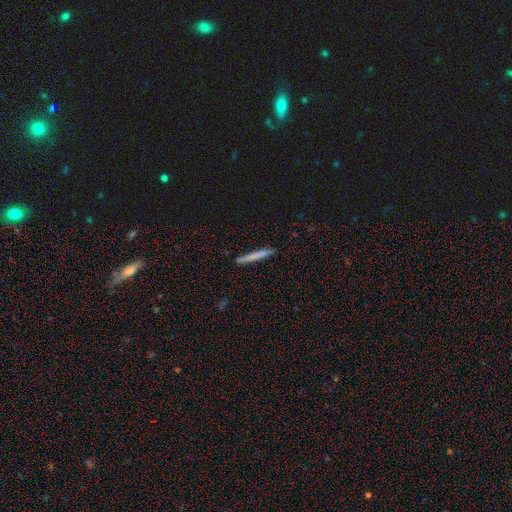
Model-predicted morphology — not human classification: This appears to be a smooth galaxy with no disk features (70%) that is cigar-shaped (97%). Merging: none (89%).